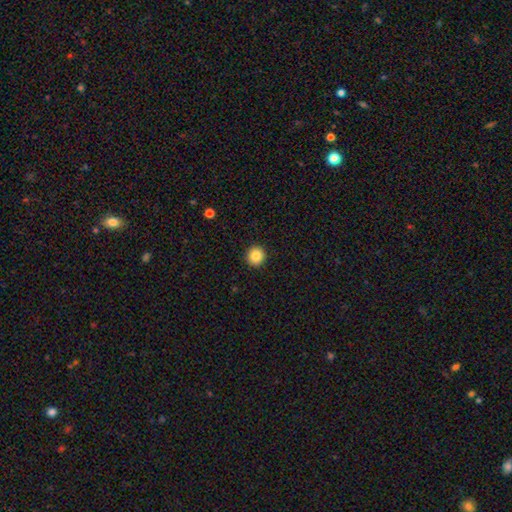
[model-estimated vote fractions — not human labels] Smooth or featured? smooth (86%)
How rounded? round (94%)
Merging? none (93%)